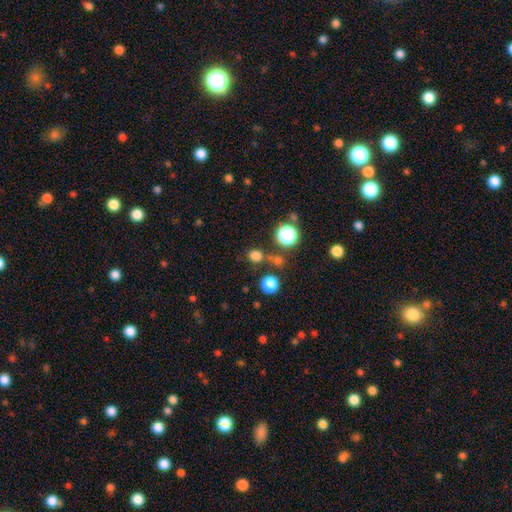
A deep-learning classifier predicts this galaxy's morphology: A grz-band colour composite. It shows a smooth galaxy with no disk features (74%) that is round (80%). Merging: none (72%).